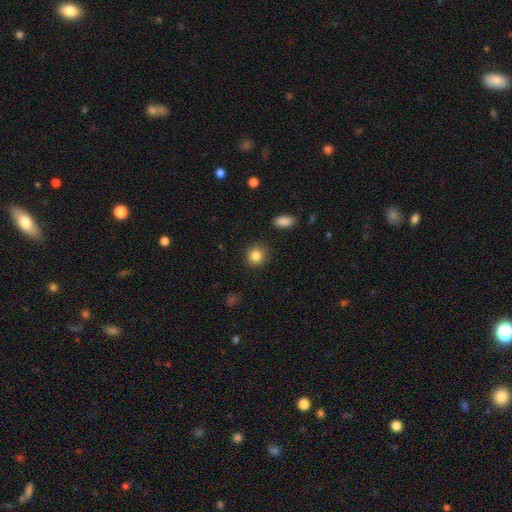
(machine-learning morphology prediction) The model was most divided on "how rounded": round: 84%, in between: 15%, cigar-shaped: 1%. More confident: merging — none (88%); smooth or featured — smooth (85%).